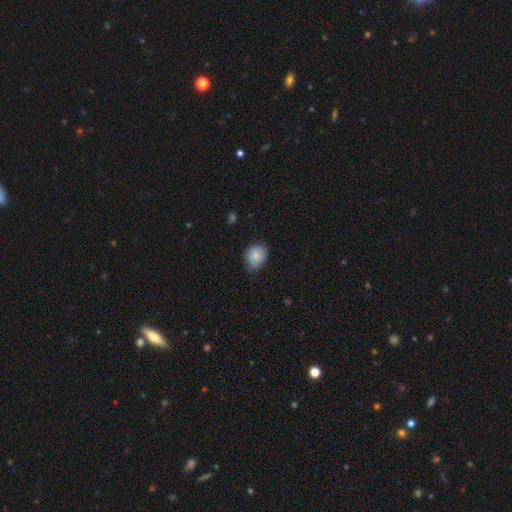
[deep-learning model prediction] Overall: smooth (79%). How rounded: round (54%; in between 45%). Merging: none (65%; minor disturbance 29%).